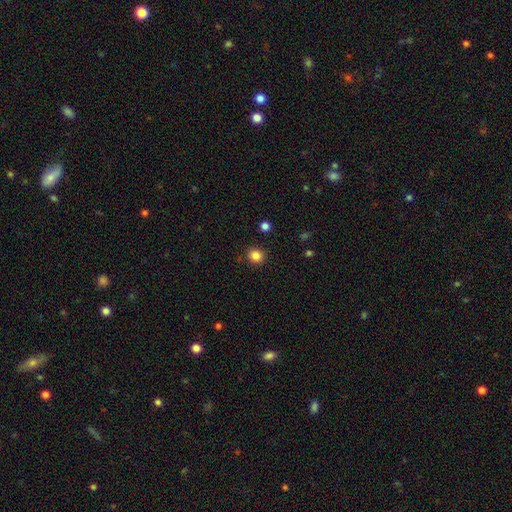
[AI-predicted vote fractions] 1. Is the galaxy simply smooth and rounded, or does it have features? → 84% smooth, 12% star or artifact, 4% featured or disk.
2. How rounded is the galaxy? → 88% round, 11% in between, 1% cigar-shaped.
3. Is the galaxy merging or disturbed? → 91% none, 6% minor disturbance, 2% major disturbance, 2% merger.